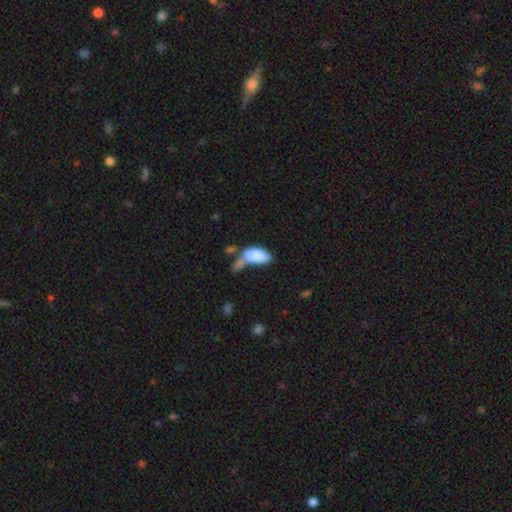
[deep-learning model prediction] Morphology: type=smooth (81%); roundness=in between (92%); merging=merger (37%).